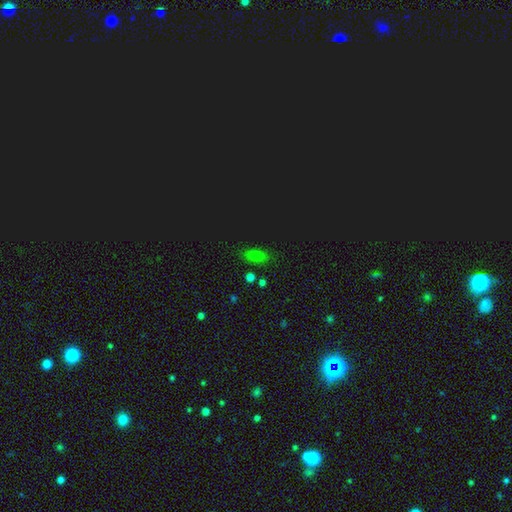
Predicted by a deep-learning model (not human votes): smooth_or_featured: smooth (p=0.65) [alt: star or artifact p=0.27]
how_rounded: in between (p=0.83) [alt: round p=0.10]
merging: none (p=0.82) [alt: minor disturbance p=0.12]